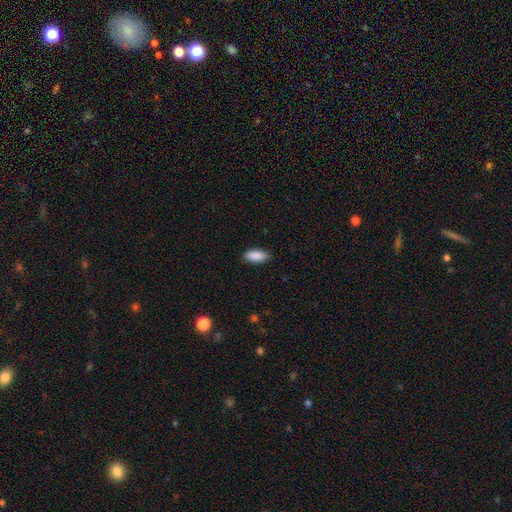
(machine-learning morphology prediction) The model was most divided on "merging": none: 86%, minor disturbance: 11%, major disturbance: 2%, merger: 1%. More confident: smooth or featured — smooth (90%); how rounded — in between (88%).